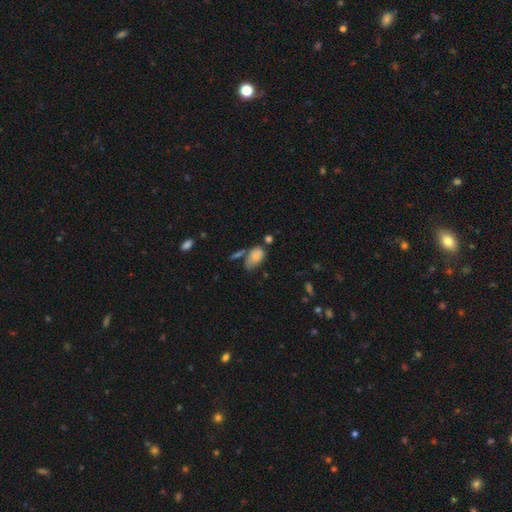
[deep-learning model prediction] smooth 79%, featured or disk 12%, star or artifact 9%. Down the decision tree: how rounded — in between (90%); merging — none (37%).